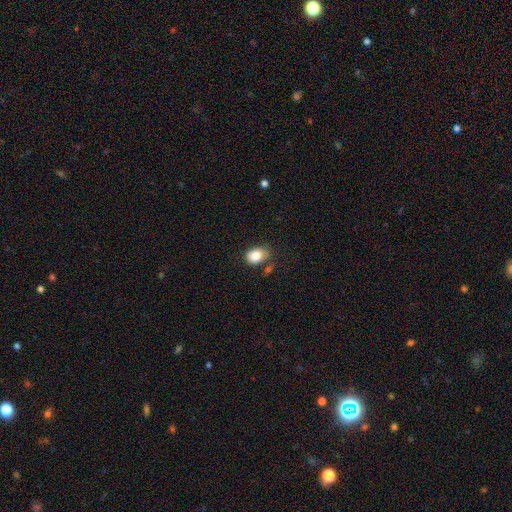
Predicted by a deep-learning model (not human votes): Smooth or featured?
  - smooth: 83% *
  - featured or disk: 9%
  - star or artifact: 8%
How rounded?
  - in between: 71% *
  - round: 28%
  - cigar-shaped: 1%
Merging?
  - none: 62% *
  - minor disturbance: 23%
  - merger: 8%
  - major disturbance: 7%